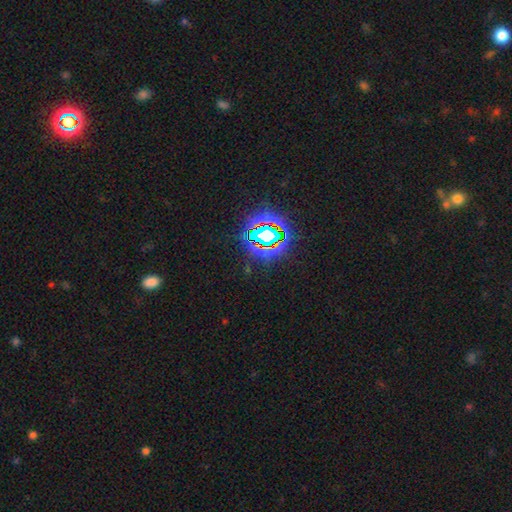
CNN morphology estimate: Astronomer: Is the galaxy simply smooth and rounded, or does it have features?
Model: star or artifact — 80%.